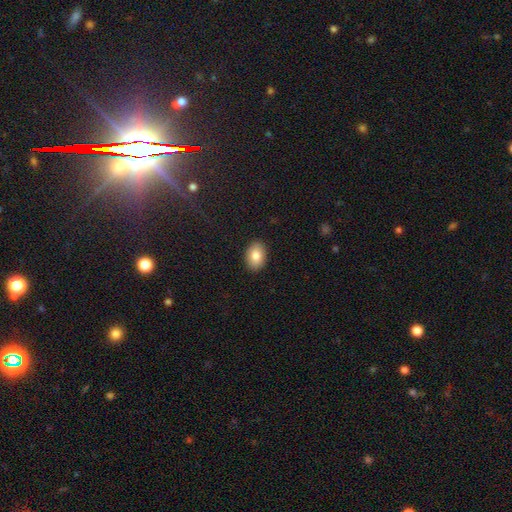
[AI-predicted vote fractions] Overall: smooth (84%). How rounded: in between (85%). Merging: none (90%).